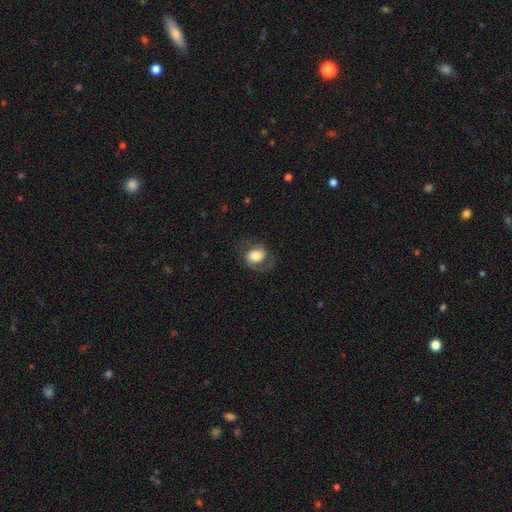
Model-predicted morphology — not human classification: A smooth galaxy with no disk features (56%) that is round (50%). Merging: none (62%).